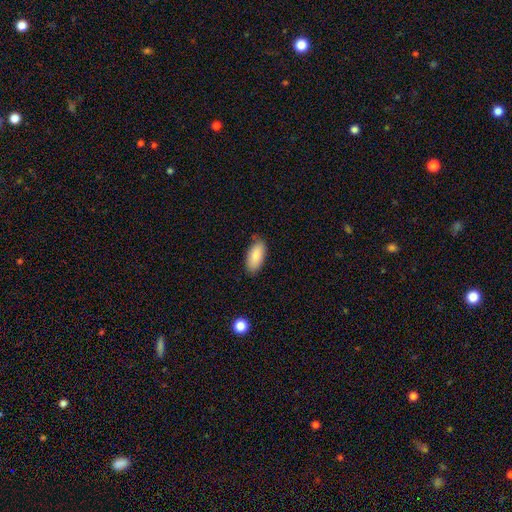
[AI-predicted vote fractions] Smooth or featured: smooth — 85% (featured or disk — 8%)
How rounded: in between — 92% (cigar-shaped — 6%)
Merging: none — 78% (minor disturbance — 17%)